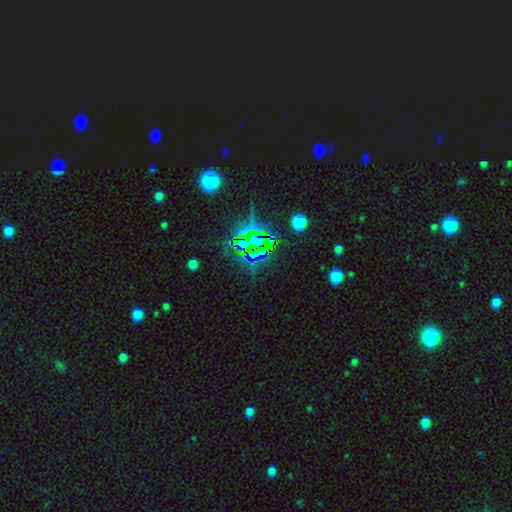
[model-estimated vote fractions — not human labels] Smooth or featured: star or artifact — 80% (featured or disk — 11%)